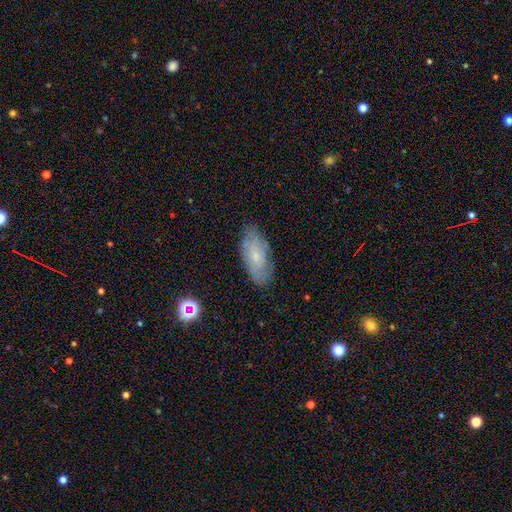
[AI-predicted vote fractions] The model was most divided on "smooth or featured": smooth: 48%, featured or disk: 43%, star or artifact: 10%. More confident: merging — none (80%).